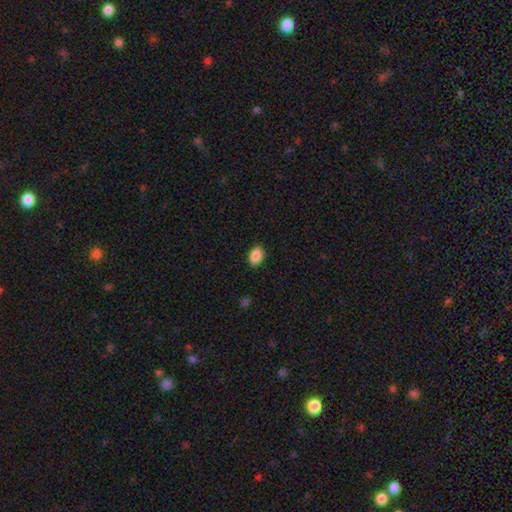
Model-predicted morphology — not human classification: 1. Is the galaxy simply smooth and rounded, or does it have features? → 88% smooth, 7% star or artifact, 4% featured or disk.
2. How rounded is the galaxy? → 90% in between, 8% round, 2% cigar-shaped.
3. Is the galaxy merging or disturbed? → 88% none, 9% minor disturbance, 2% major disturbance, 1% merger.